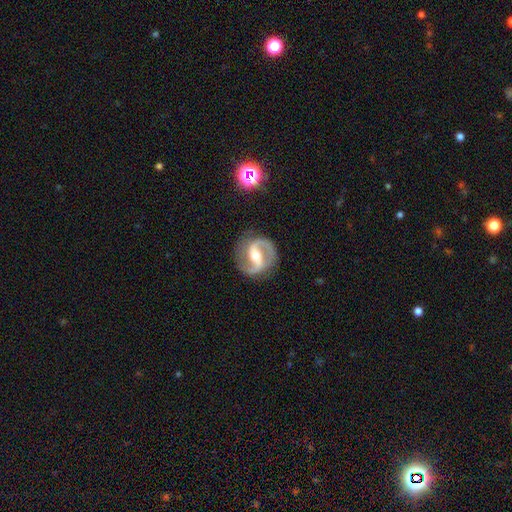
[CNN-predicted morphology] A featured or disk galaxy (89%) with a strong bar (54%), 2 (92%) medium (56%) spiral arms (96%) and a moderate central bulge (64%). Merging: none (85%).